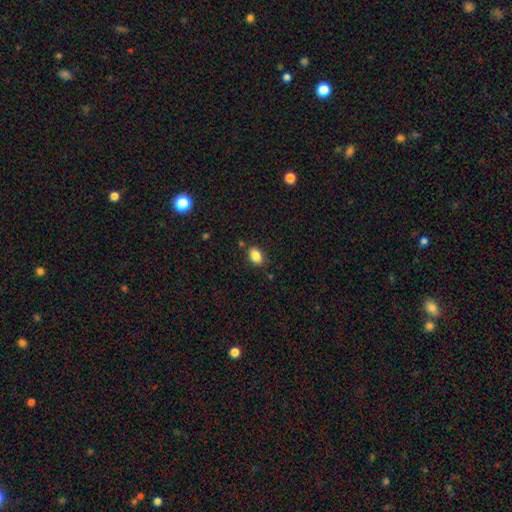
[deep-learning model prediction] Smooth or featured? Predicted: smooth (p=0.86). How rounded? Predicted: in between (p=0.79). Merging? Predicted: none (p=0.81).